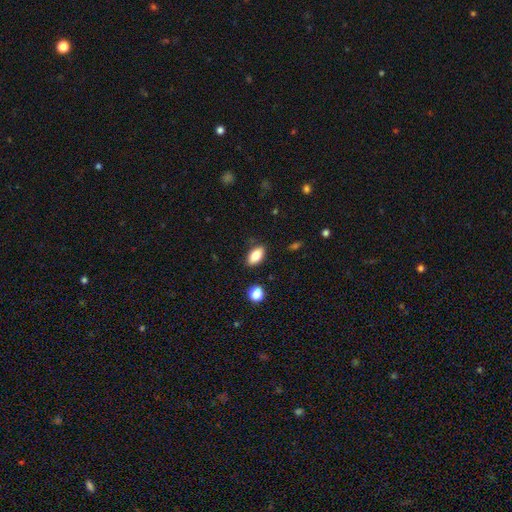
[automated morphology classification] smooth_or_featured: smooth (p=0.84) [alt: featured or disk p=0.08]
how_rounded: in between (p=0.90) [alt: cigar-shaped p=0.06]
merging: none (p=0.86) [alt: minor disturbance p=0.10]